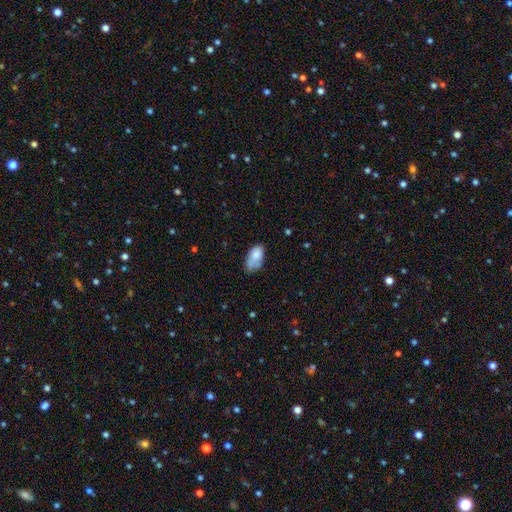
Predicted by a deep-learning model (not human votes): smooth-or-featured: smooth: 77% | featured or disk: 15% | star or artifact: 8%
  how-rounded: in between: 92% | round: 5% | cigar-shaped: 3%
  merging: none: 41% | minor disturbance: 33% | major disturbance: 13% | merger: 13%